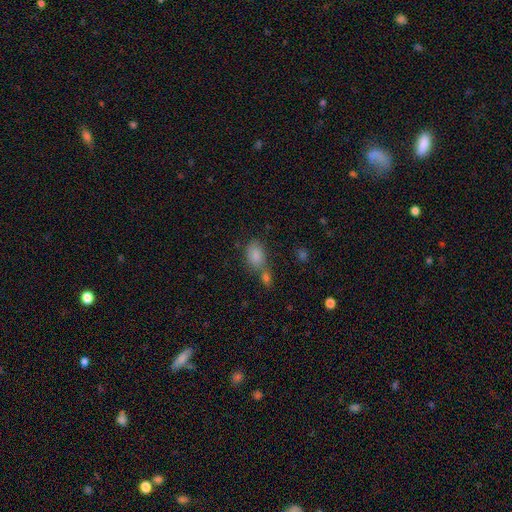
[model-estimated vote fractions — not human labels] Q: Smooth or featured?
A: smooth (81%); runner-up: star or artifact (10%)
Q: How rounded?
A: in between (86%); runner-up: round (12%)
Q: Merging?
A: merger (41%); runner-up: none (40%)